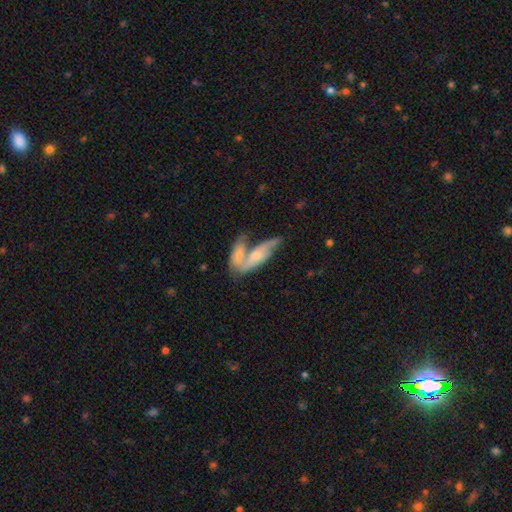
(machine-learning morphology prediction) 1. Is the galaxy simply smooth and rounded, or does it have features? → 54% featured or disk, 40% smooth, 7% star or artifact.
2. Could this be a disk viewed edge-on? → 73% no, 27% yes.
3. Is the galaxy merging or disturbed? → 62% merger, 21% none, 10% minor disturbance, 7% major disturbance.